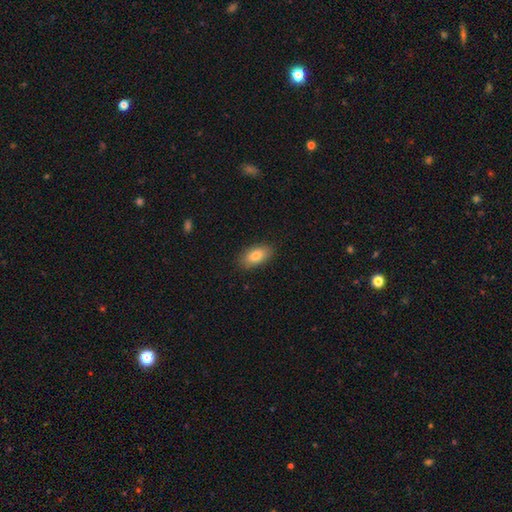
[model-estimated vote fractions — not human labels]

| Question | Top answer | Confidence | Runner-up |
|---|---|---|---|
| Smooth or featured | smooth | 83% | featured or disk (11%) |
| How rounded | in between | 91% | round (5%) |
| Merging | none | 87% | minor disturbance (9%) |